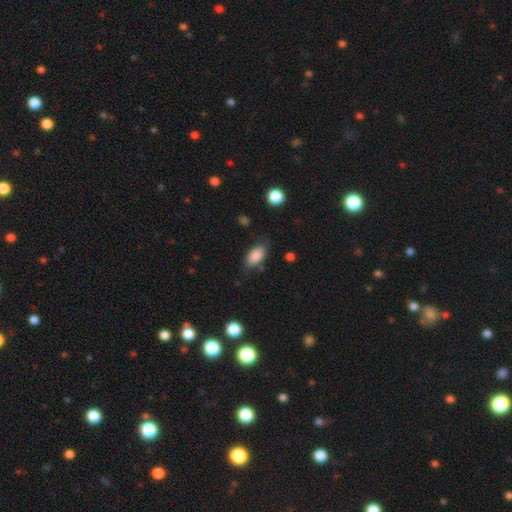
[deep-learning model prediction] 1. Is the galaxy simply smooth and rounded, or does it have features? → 86% smooth, 7% star or artifact, 6% featured or disk.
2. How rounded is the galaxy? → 92% in between, 5% round, 3% cigar-shaped.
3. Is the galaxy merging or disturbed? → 75% none, 18% minor disturbance, 5% major disturbance, 2% merger.